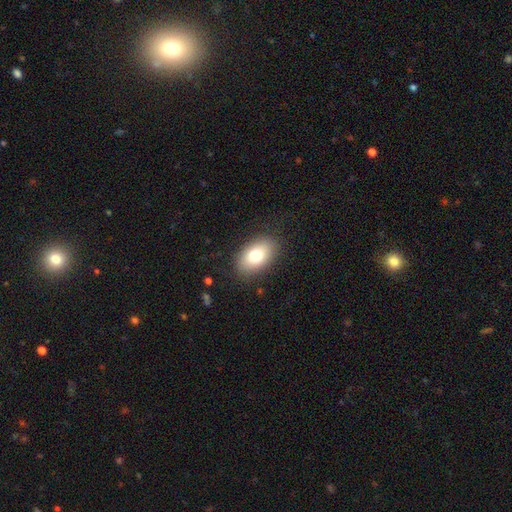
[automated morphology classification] Smooth or featured? smooth (76%)
How rounded? in between (90%)
Merging? none (86%)